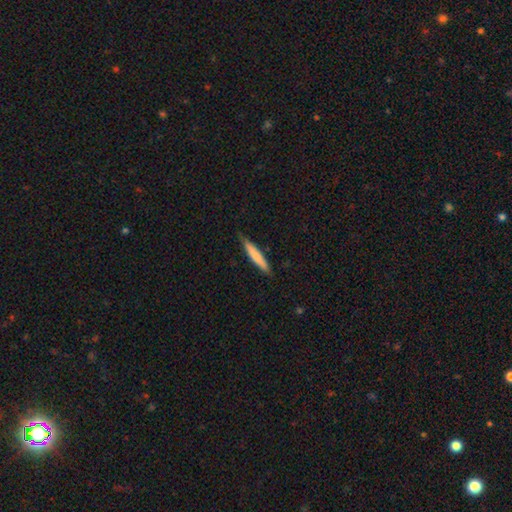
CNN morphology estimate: A smooth galaxy with no disk features (71%) that is cigar-shaped (91%).

Vote fractions:
- Smooth or featured? smooth: 71% / featured or disk: 23% / star or artifact: 5%
- How rounded? cigar-shaped: 91% / in between: 7% / round: 1%
- Merging? none: 82% / minor disturbance: 15% / major disturbance: 2% / merger: 1%